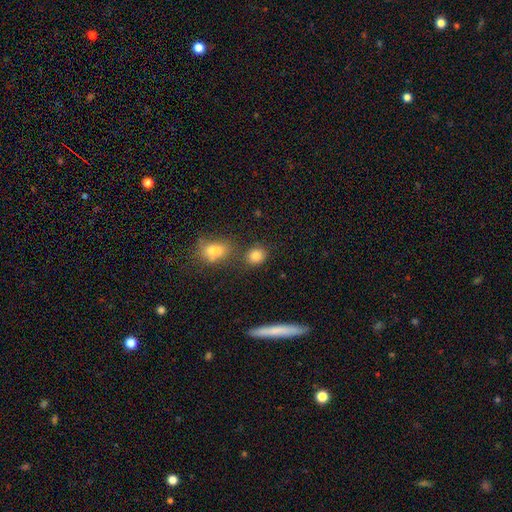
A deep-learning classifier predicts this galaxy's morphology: A smooth galaxy with no disk features (83%) that is round (72%).

Vote fractions:
- Smooth or featured? smooth: 83% / star or artifact: 11% / featured or disk: 6%
- How rounded? round: 72% / in between: 27% / cigar-shaped: 2%
- Merging? none: 73% / merger: 13% / minor disturbance: 10% / major disturbance: 4%